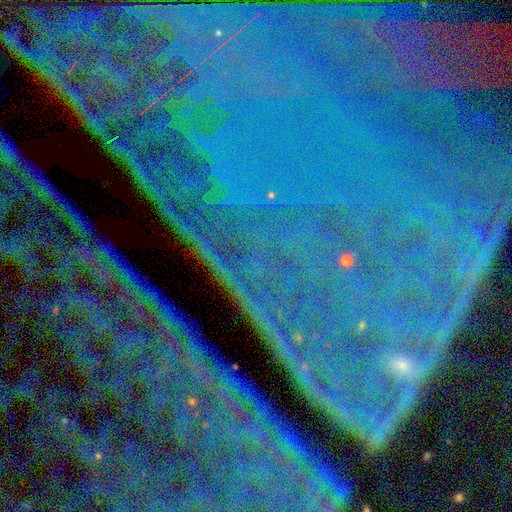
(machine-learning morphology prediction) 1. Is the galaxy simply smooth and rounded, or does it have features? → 85% star or artifact, 8% featured or disk, 7% smooth.